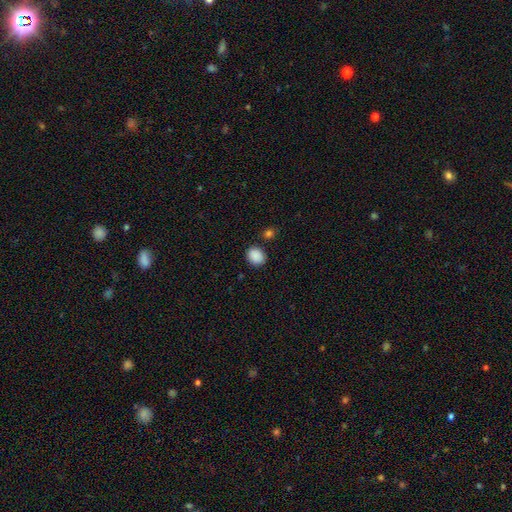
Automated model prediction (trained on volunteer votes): The model was most divided on "how rounded": round: 57%, in between: 42%, cigar-shaped: 1%. More confident: smooth or featured — smooth (89%); merging — none (84%).